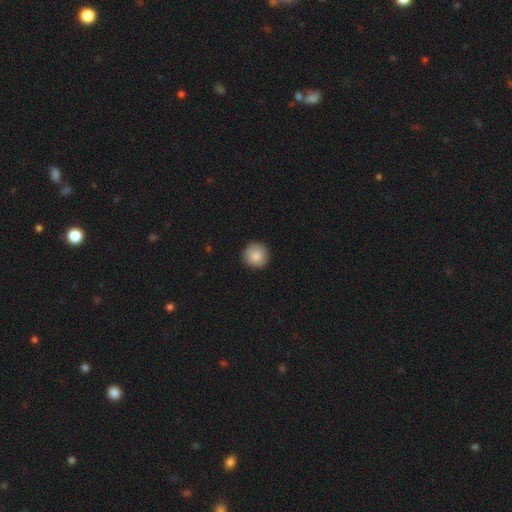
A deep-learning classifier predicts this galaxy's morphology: smooth_or_featured: smooth (p=0.88) [alt: star or artifact p=0.07]
how_rounded: round (p=0.95) [alt: in between p=0.04]
merging: none (p=0.92) [alt: minor disturbance p=0.06]